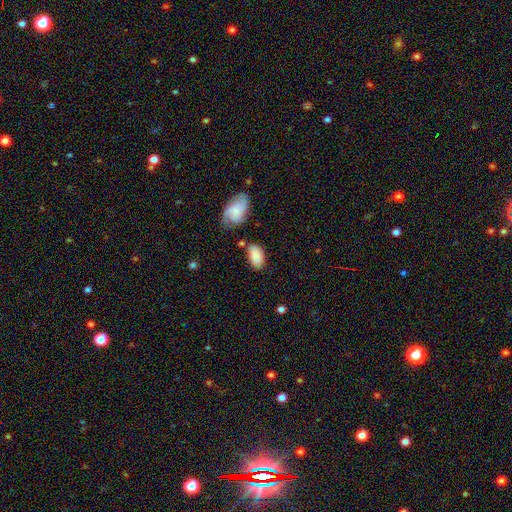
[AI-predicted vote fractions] This is clearly a smooth galaxy (82%). How rounded: clearly in between (93%). Merging: likely none (67%).